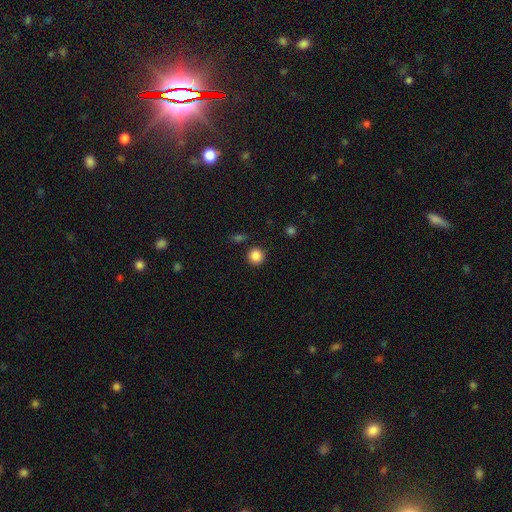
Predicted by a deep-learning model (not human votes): Q: Smooth or featured?
A: smooth (87%); runner-up: star or artifact (10%)
Q: How rounded?
A: round (94%); runner-up: in between (5%)
Q: Merging?
A: none (89%); runner-up: minor disturbance (6%)